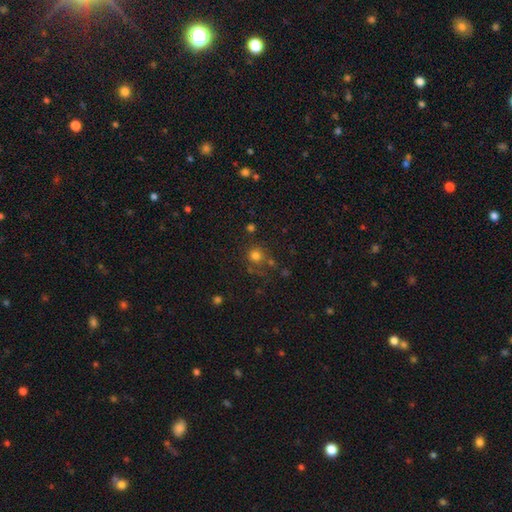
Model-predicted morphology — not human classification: Smooth or featured?
  - smooth: 75% *
  - star or artifact: 17%
  - featured or disk: 8%
How rounded?
  - round: 88% *
  - in between: 11%
  - cigar-shaped: 1%
Merging?
  - none: 64% *
  - merger: 14%
  - minor disturbance: 14%
  - major disturbance: 8%